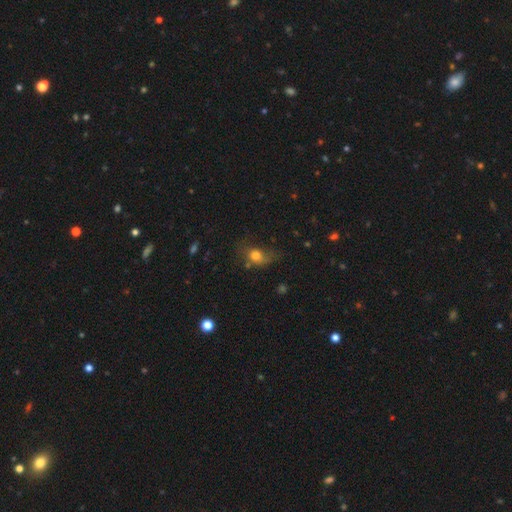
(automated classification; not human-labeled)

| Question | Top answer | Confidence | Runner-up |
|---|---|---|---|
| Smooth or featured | smooth | 72% | featured or disk (16%) |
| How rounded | in between | 54% | round (43%) |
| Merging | none | 41% | minor disturbance (30%) |